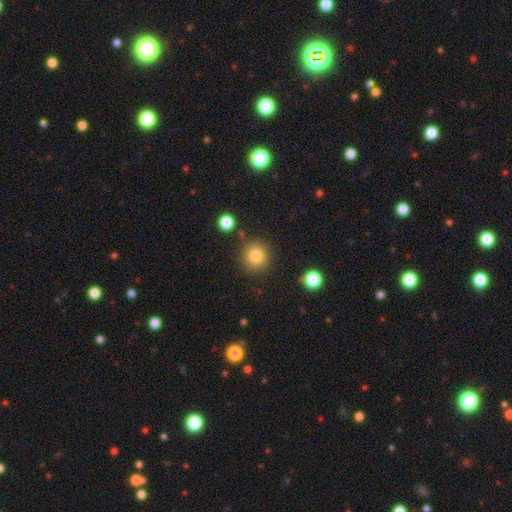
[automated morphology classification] smooth 83%, star or artifact 11%, featured or disk 6%. Down the decision tree: how rounded — round (91%); merging — none (84%).